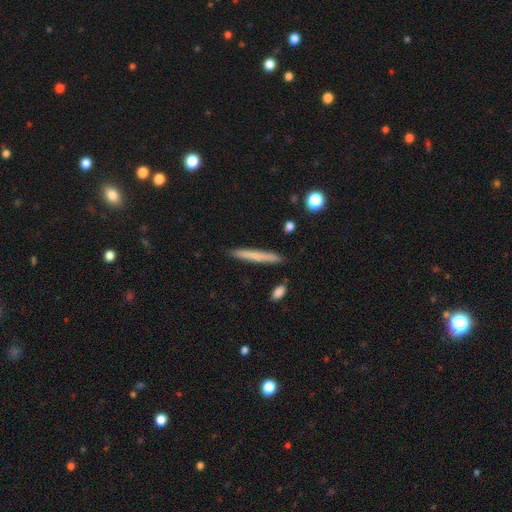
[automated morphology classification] This appears to be a smooth galaxy with no disk features (70%) that is cigar-shaped (96%). Merging: none (89%).